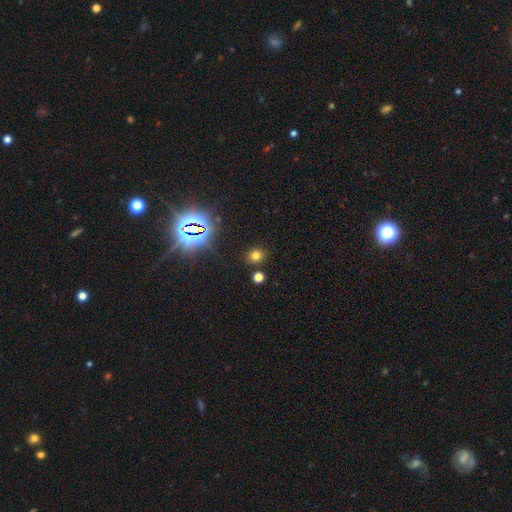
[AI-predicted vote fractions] smooth-or-featured: smooth: 70% | star or artifact: 23% | featured or disk: 6%
  how-rounded: round: 81% | in between: 18% | cigar-shaped: 1%
  merging: none: 85% | minor disturbance: 7% | merger: 5% | major disturbance: 3%